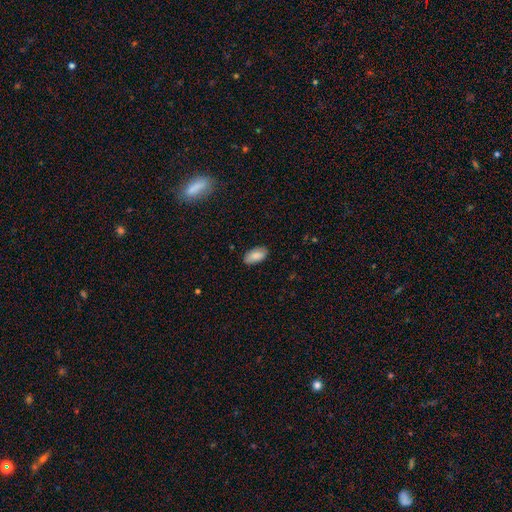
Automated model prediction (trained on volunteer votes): The model was most divided on "merging": none: 85%, minor disturbance: 11%, major disturbance: 2%, merger: 1%. More confident: how rounded — in between (94%); smooth or featured — smooth (87%).